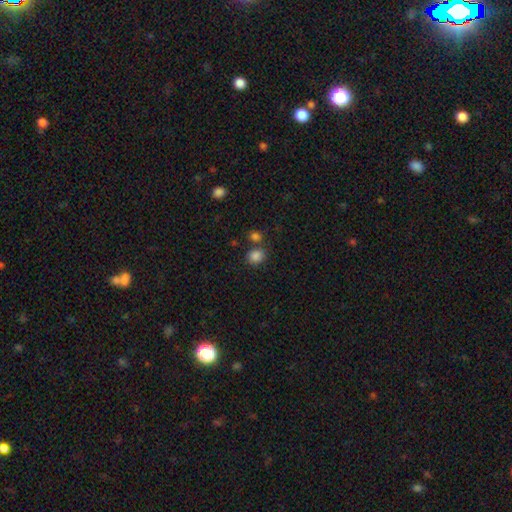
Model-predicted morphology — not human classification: This is clearly a smooth galaxy (85%). How rounded: likely round (67%). Merging: likely none (71%).